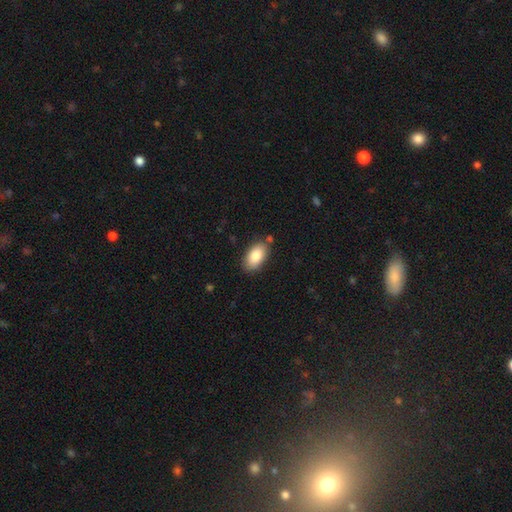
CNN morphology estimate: The model was most divided on "merging": none: 81%, minor disturbance: 13%, merger: 4%, major disturbance: 3%. More confident: how rounded — in between (94%); smooth or featured — smooth (85%).